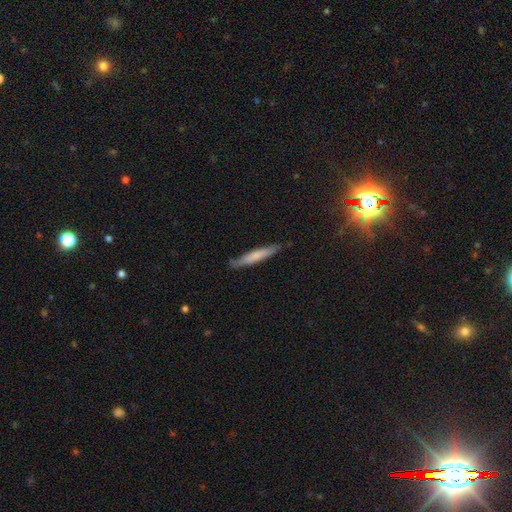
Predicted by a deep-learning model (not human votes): A smooth galaxy with no disk features (67%) that is cigar-shaped (94%). Merging: none (82%).